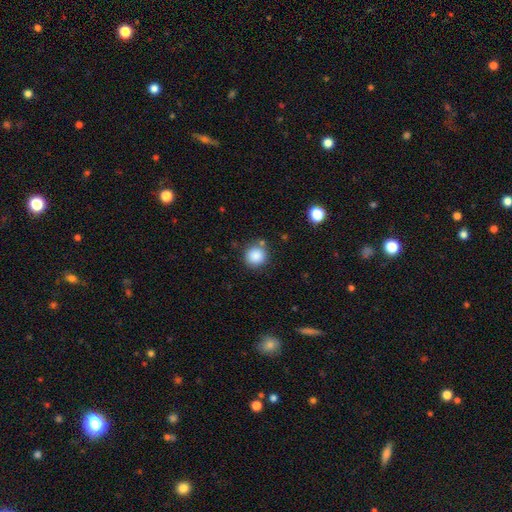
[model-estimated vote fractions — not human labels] Smooth or featured? smooth (87%)
How rounded? round (93%)
Merging? none (83%)